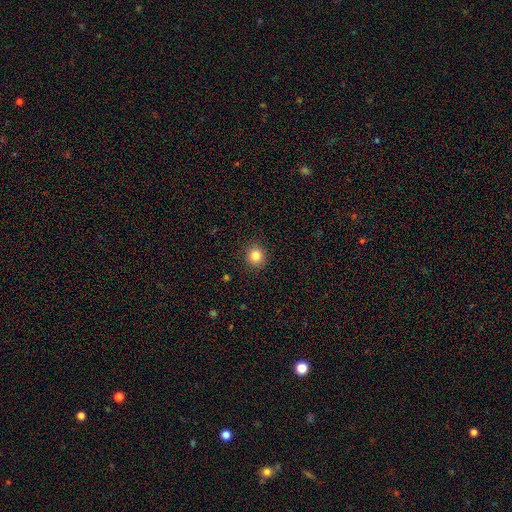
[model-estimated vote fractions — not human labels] This appears to be a smooth galaxy with no disk features (83%) that is round (88%). Merging: none (90%).